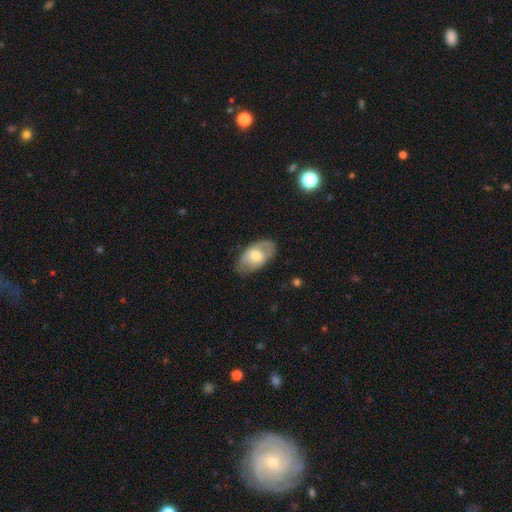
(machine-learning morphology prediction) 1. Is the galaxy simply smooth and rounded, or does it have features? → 52% smooth, 41% featured or disk, 6% star or artifact.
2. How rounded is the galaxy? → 91% in between, 6% round, 2% cigar-shaped.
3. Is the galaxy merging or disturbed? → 74% none, 18% minor disturbance, 6% major disturbance, 1% merger.